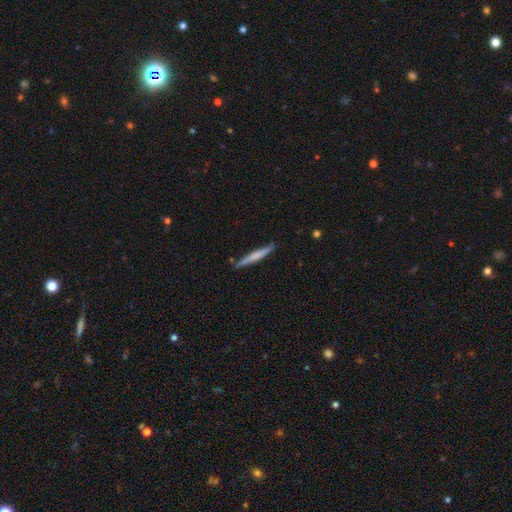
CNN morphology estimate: smooth_or_featured: smooth (p=0.51) [alt: featured or disk p=0.44]
how_rounded: cigar-shaped (p=0.96) [alt: in between p=0.03]
merging: none (p=0.86) [alt: minor disturbance p=0.11]